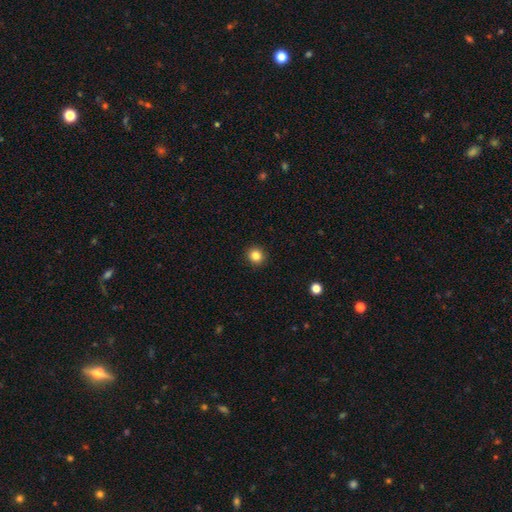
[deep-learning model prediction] Q: Smooth or featured?
A: smooth (84%); runner-up: star or artifact (11%)
Q: How rounded?
A: round (89%); runner-up: in between (10%)
Q: Merging?
A: none (92%); runner-up: minor disturbance (5%)